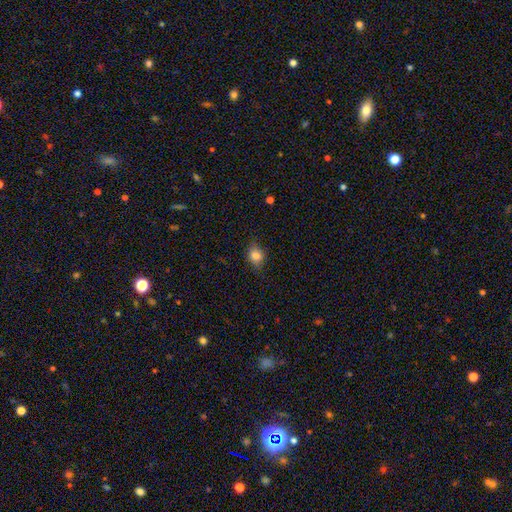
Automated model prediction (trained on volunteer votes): This is clearly a smooth galaxy (82%). How rounded: possibly round (53%). Merging: likely none (76%).